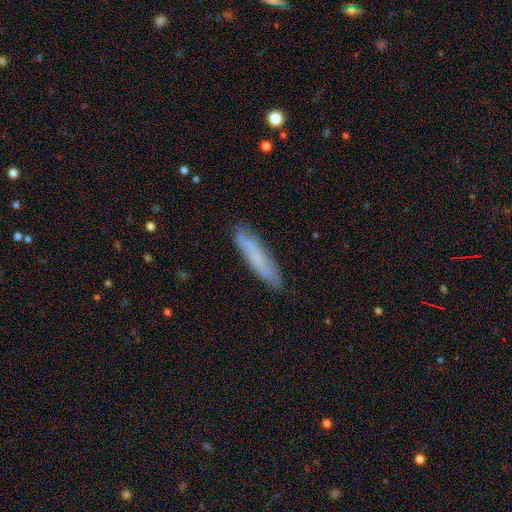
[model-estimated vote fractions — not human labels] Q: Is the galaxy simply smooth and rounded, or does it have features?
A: smooth — 69%.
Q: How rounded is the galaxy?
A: cigar-shaped — 84%.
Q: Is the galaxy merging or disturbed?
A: none — 84%.